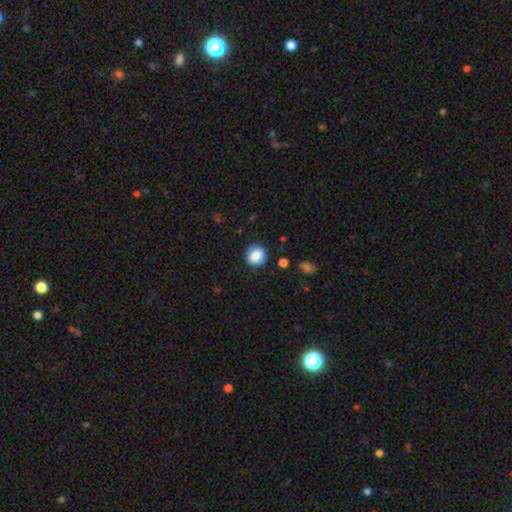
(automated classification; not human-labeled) Smooth or featured? smooth (83%)
How rounded? round (81%)
Merging? none (86%)